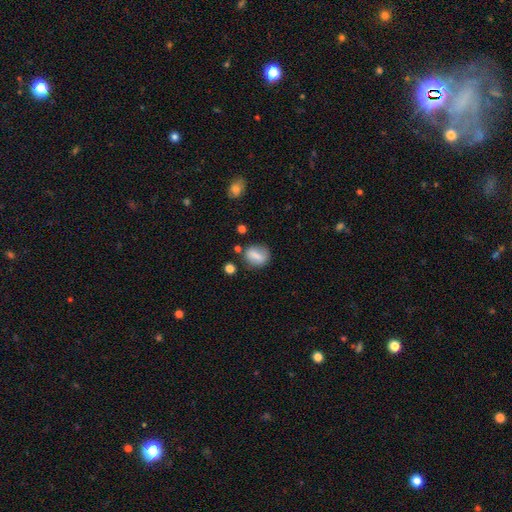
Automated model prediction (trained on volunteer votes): Smooth or featured: smooth — 73% (featured or disk — 18%)
How rounded: in between — 53% (round — 43%)
Merging: none — 69% (minor disturbance — 19%)